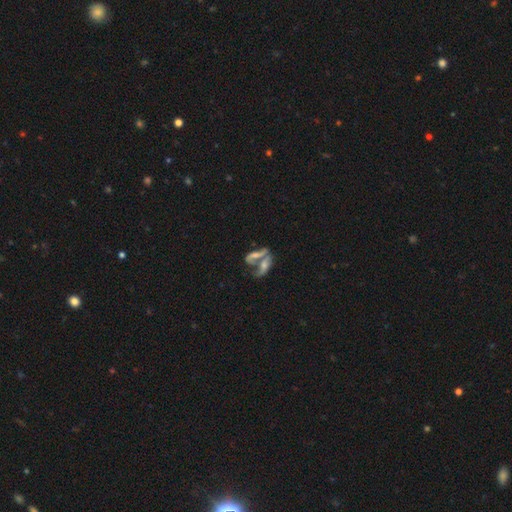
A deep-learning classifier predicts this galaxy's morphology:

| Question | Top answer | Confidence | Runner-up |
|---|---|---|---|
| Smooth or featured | featured or disk | 54% | smooth (32%) |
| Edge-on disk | no | 76% | yes (24%) |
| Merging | merger | 60% | none (22%) |